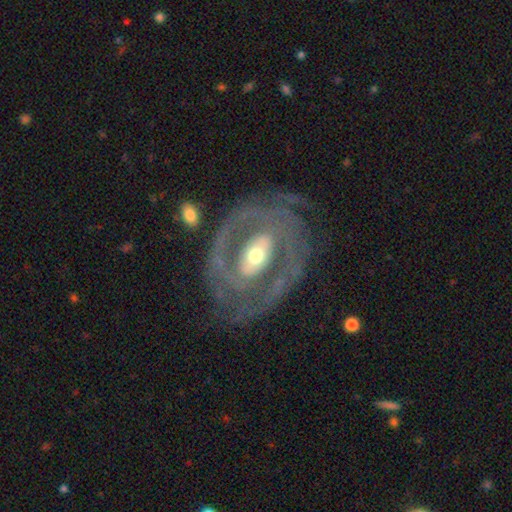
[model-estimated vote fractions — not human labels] A featured or disk galaxy (84%) with a strong bar (37%), 2 (57%) tight (53%) spiral arms (77%) and a moderate central bulge (58%). Merging: none (68%).